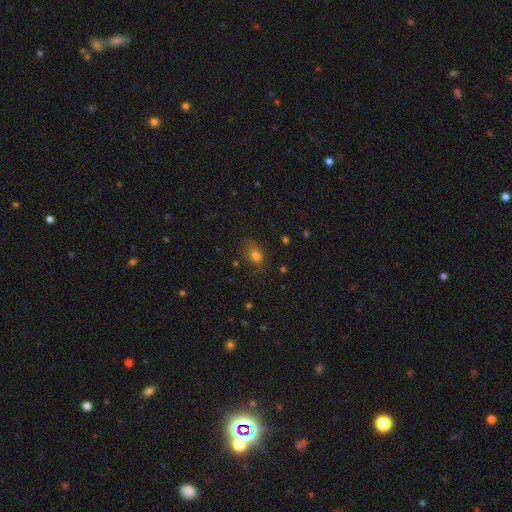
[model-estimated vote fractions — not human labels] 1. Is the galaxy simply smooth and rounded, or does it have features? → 75% smooth, 15% star or artifact, 10% featured or disk.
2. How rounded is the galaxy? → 66% in between, 32% round, 2% cigar-shaped.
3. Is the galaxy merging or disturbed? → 63% none, 24% minor disturbance, 10% major disturbance, 3% merger.